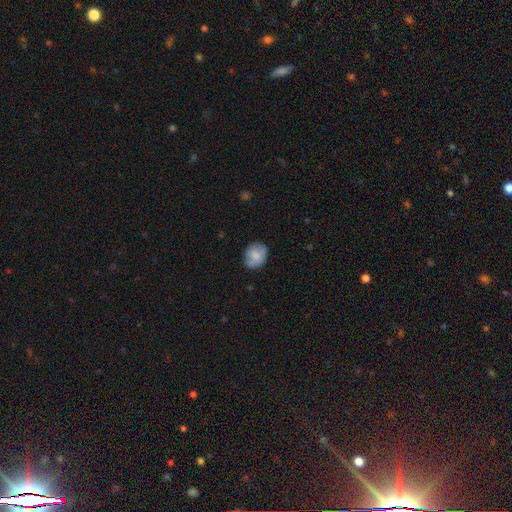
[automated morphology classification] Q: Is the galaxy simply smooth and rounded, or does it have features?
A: smooth — 71%.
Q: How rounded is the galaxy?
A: round — 60%.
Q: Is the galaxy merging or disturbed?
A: none — 69%.